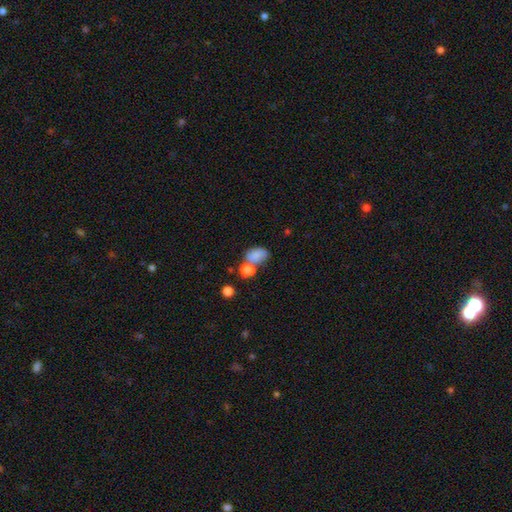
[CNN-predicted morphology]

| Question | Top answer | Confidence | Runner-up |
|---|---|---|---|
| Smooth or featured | smooth | 81% | star or artifact (10%) |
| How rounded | in between | 80% | round (18%) |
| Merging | none | 48% | merger (26%) |